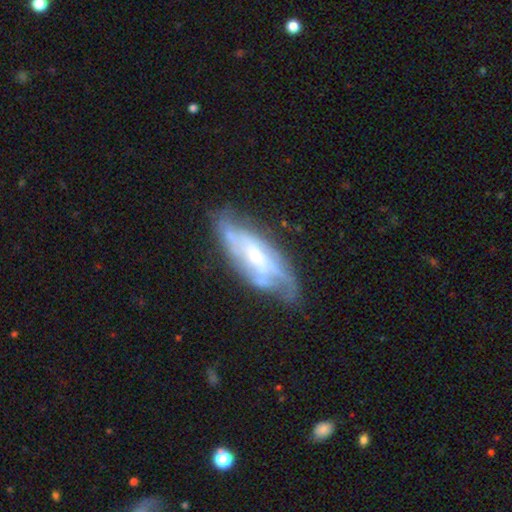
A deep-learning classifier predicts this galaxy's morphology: This appears to be a featured or disk galaxy (70%) with no bar (66%), spiral arms (68%) and a small central bulge (48%). Merging: none (62%).